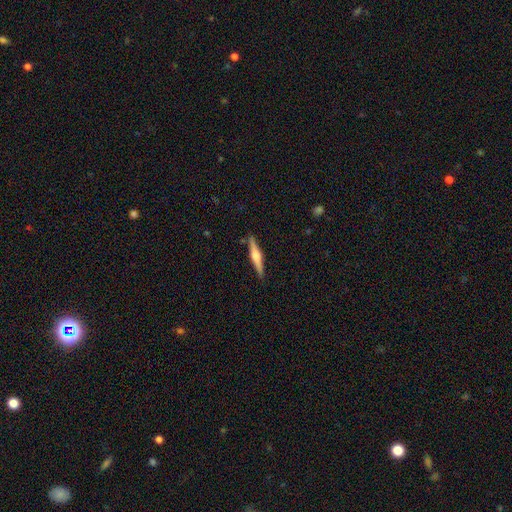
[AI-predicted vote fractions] Smooth or featured? featured or disk (67%)
Edge-on disk? yes (98%)
Edge-on bulge? rounded (86%)
Merging? none (89%)